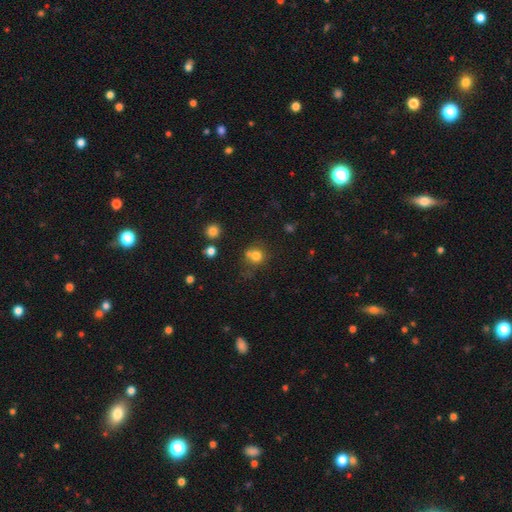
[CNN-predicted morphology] Smooth or featured? smooth (76%)
How rounded? round (85%)
Merging? none (55%)